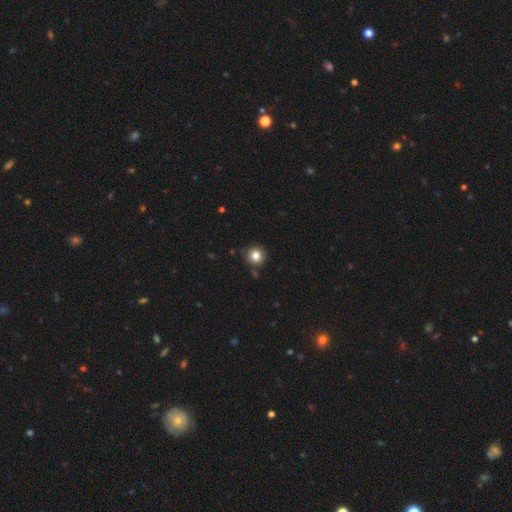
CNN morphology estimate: Smooth or featured: smooth — 82% (star or artifact — 12%)
How rounded: round — 94% (in between — 5%)
Merging: none — 85% (minor disturbance — 9%)